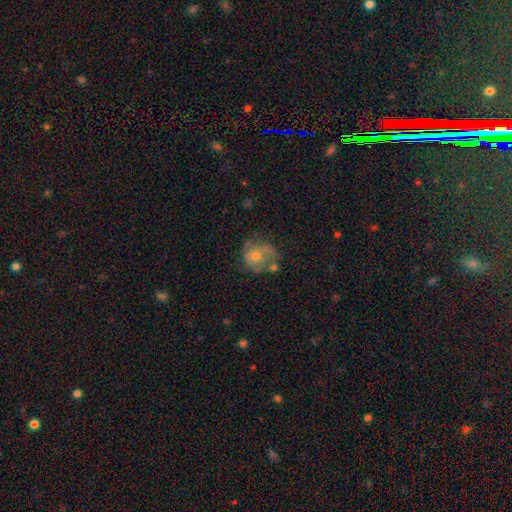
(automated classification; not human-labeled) Morphology: type=featured or disk (60%); edge-on=no (98%); bar=no (78%); spiral arms=yes (81%); bulge=small (48%); merging=none (54%).